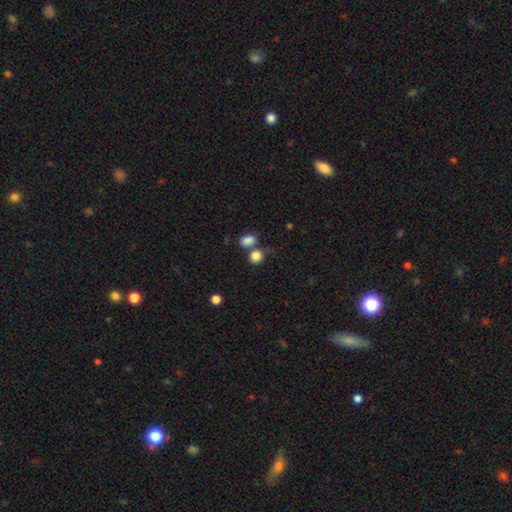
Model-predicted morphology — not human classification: Smooth or featured?
  - smooth: 85% *
  - star or artifact: 10%
  - featured or disk: 5%
How rounded?
  - round: 62% *
  - in between: 37%
  - cigar-shaped: 1%
Merging?
  - none: 52% *
  - merger: 32%
  - minor disturbance: 11%
  - major disturbance: 5%